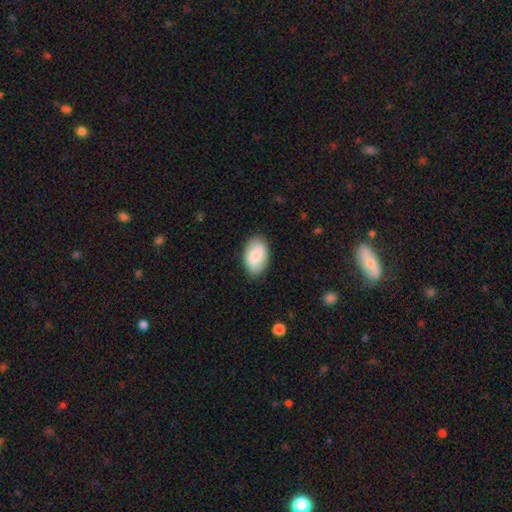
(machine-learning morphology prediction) Smooth or featured?
  - smooth: 80% *
  - featured or disk: 14%
  - star or artifact: 6%
How rounded?
  - in between: 93% *
  - round: 6%
  - cigar-shaped: 1%
Merging?
  - none: 83% *
  - minor disturbance: 13%
  - major disturbance: 3%
  - merger: 1%